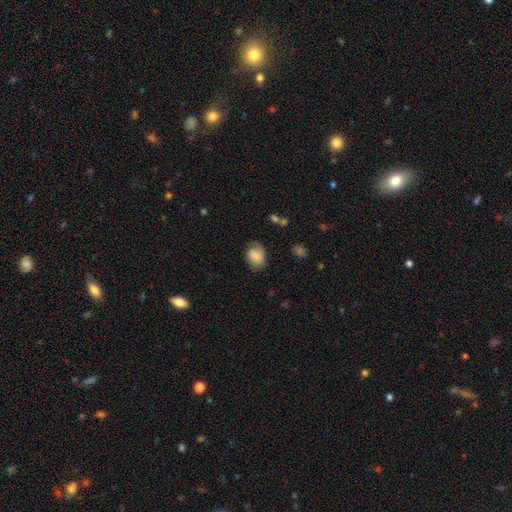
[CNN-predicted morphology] This is likely a smooth galaxy (79%). How rounded: likely in between (66%). Merging: likely none (67%).